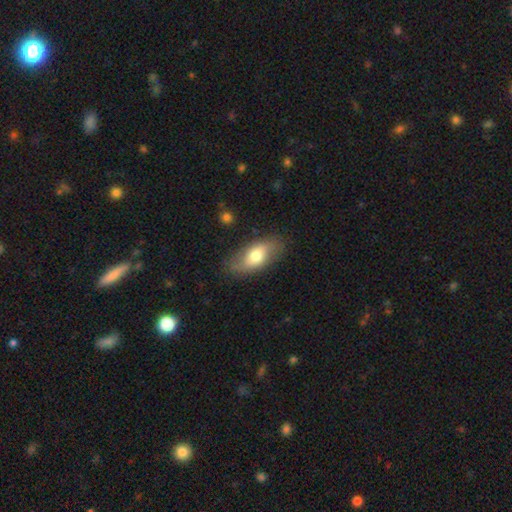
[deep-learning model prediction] This is likely a smooth galaxy (67%). How rounded: clearly in between (87%). Merging: likely none (77%).